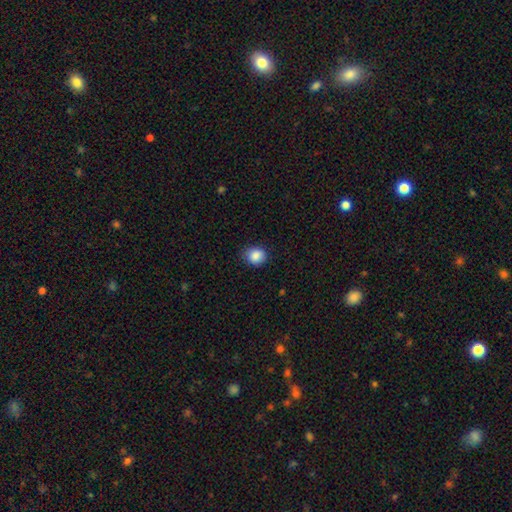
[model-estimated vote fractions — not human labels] Smooth or featured? Predicted: smooth (p=0.87). How rounded? Predicted: round (p=0.72). Merging? Predicted: none (p=0.80).